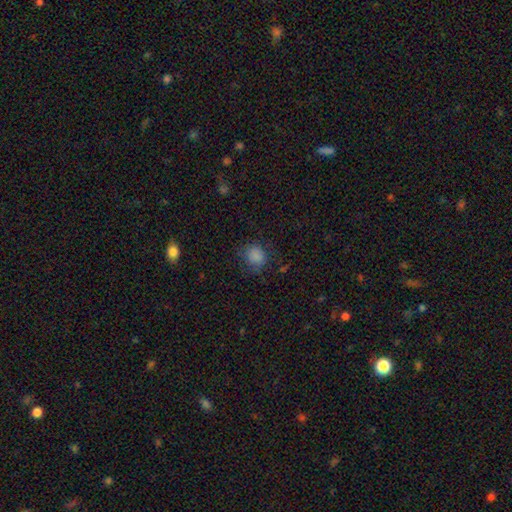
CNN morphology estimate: This appears to be a smooth galaxy with no disk features (81%) that is round (70%). Merging: none (70%).